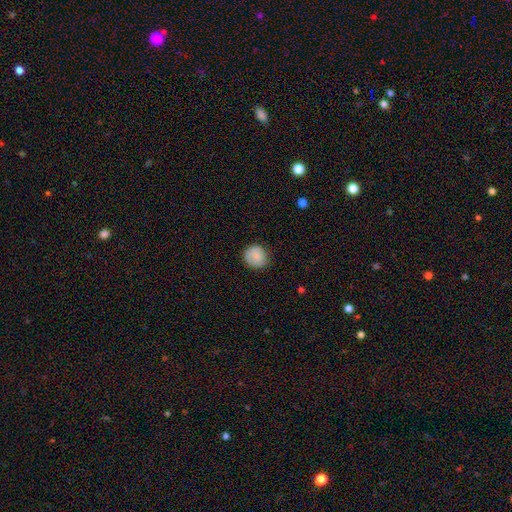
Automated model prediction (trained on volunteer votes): Smooth or featured? smooth (85%)
How rounded? round (87%)
Merging? none (79%)